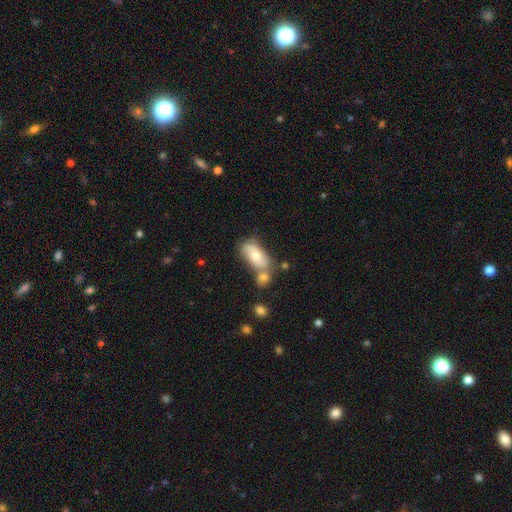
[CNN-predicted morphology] This is likely a smooth galaxy (67%). How rounded: clearly in between (87%). Merging: marginally none (44%).